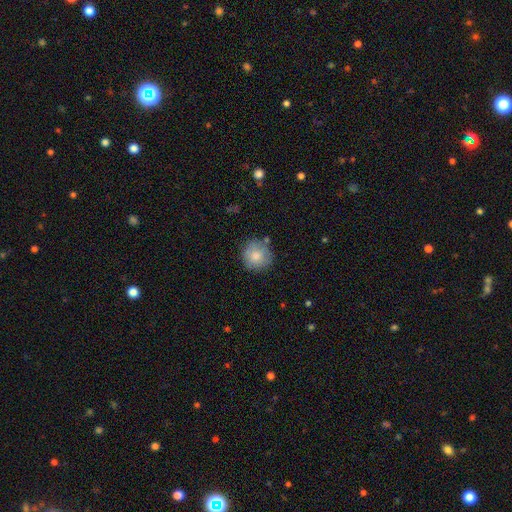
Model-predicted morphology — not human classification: A smooth galaxy with no disk features (78%) that is round (93%).

Vote fractions:
- Smooth or featured? smooth: 78% / featured or disk: 15% / star or artifact: 8%
- How rounded? round: 93% / in between: 6% / cigar-shaped: 1%
- Merging? none: 76% / minor disturbance: 16% / major disturbance: 4% / merger: 4%